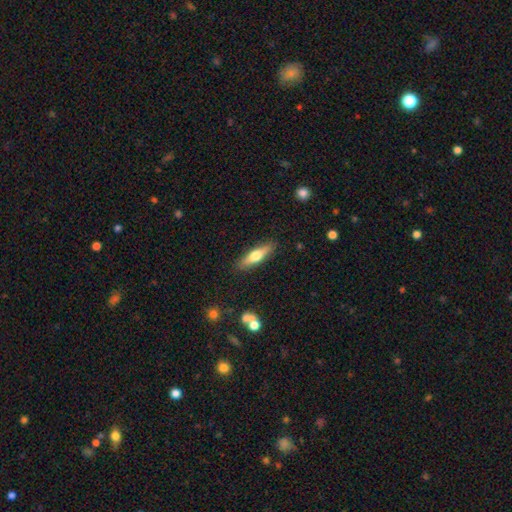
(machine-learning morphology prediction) Smooth or featured?
  - smooth: 56% *
  - featured or disk: 39%
  - star or artifact: 6%
How rounded?
  - cigar-shaped: 70% *
  - in between: 28%
  - round: 2%
Merging?
  - none: 88% *
  - minor disturbance: 9%
  - major disturbance: 2%
  - merger: 2%